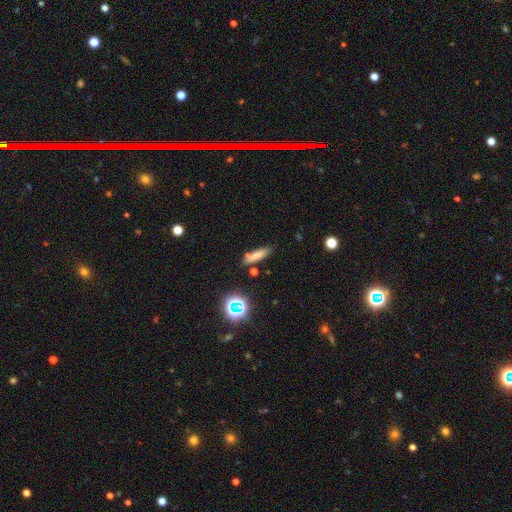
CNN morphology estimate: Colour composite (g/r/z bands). It shows a smooth galaxy with no disk features (72%) that is cigar-shaped (64%). Merging: none (73%).